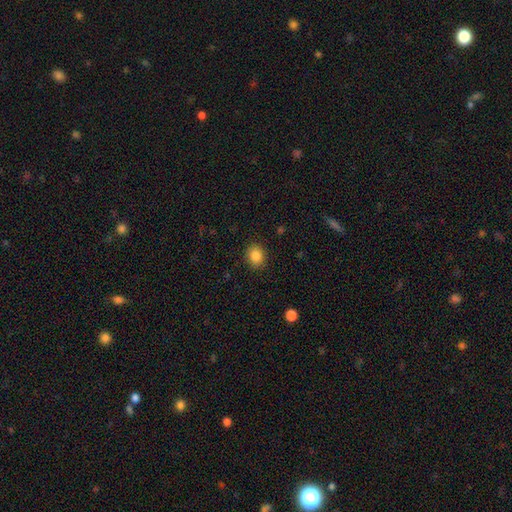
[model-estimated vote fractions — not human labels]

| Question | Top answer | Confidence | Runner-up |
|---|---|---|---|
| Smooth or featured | smooth | 86% | star or artifact (9%) |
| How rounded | round | 64% | in between (35%) |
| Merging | none | 89% | minor disturbance (8%) |